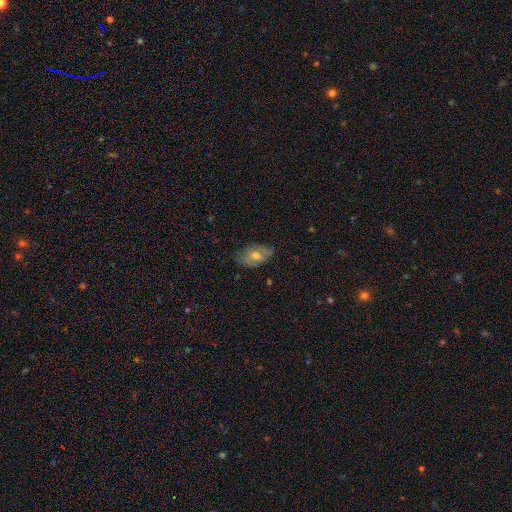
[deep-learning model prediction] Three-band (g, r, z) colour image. It shows a smooth galaxy with no disk features (47%). Merging: none (75%).